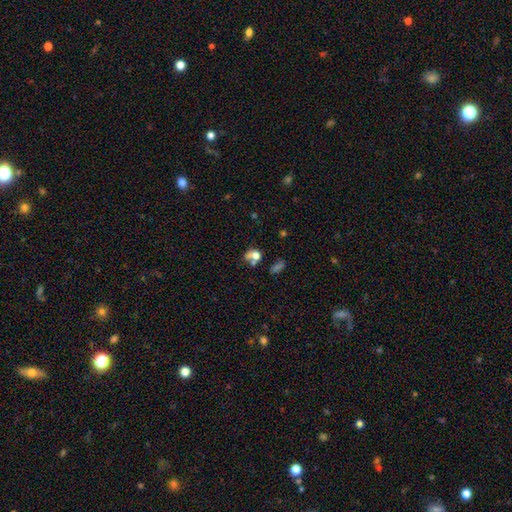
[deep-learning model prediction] smooth_or_featured: smooth (p=0.62) [alt: featured or disk p=0.20]
how_rounded: round (p=0.54) [alt: in between p=0.43]
merging: merger (p=0.40) [alt: none p=0.33]